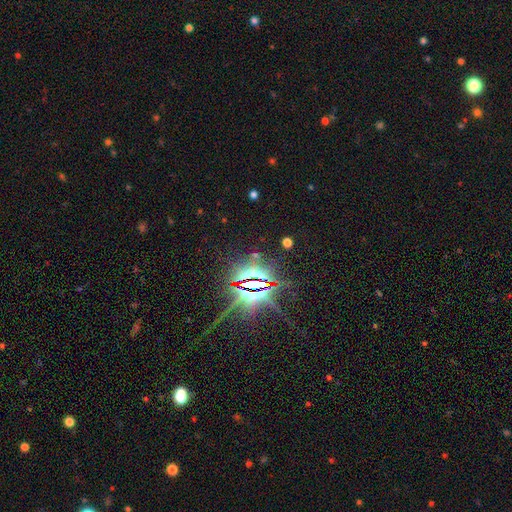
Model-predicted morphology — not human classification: A star or artifact, not a galaxy (82%).

Vote fractions:
- Smooth or featured? star or artifact: 82% / featured or disk: 9% / smooth: 9%